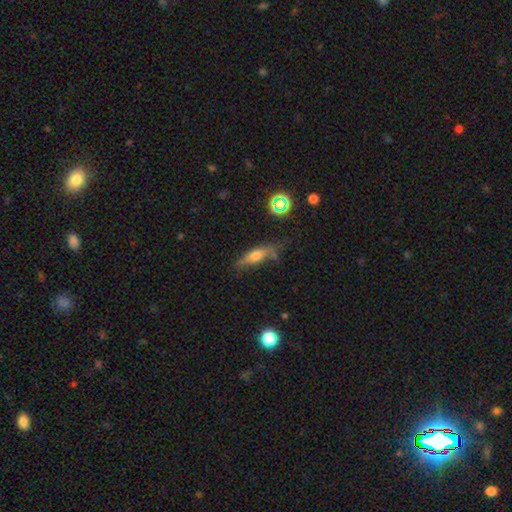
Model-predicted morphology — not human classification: Smooth or featured? Predicted: featured or disk (p=0.45). Merging? Predicted: none (p=0.58).